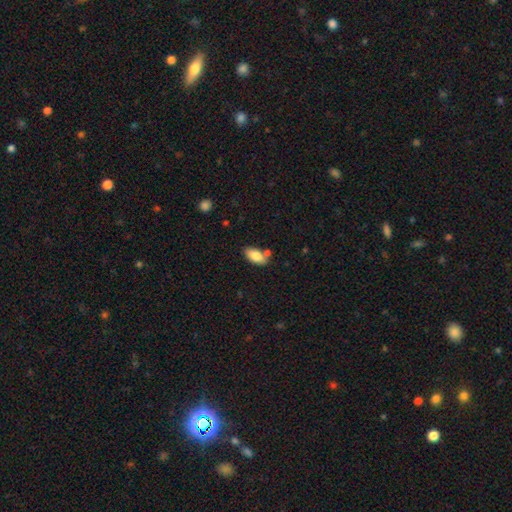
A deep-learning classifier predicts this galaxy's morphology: Smooth or featured: smooth — 82% (featured or disk — 11%)
How rounded: in between — 90% (cigar-shaped — 7%)
Merging: none — 72% (minor disturbance — 14%)